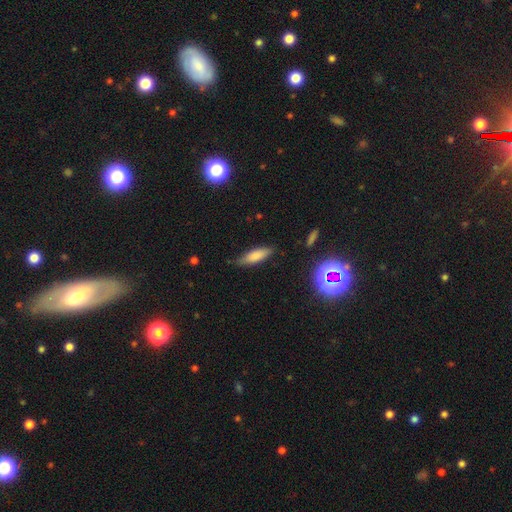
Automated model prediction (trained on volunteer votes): smooth_or_featured: smooth (p=0.79) [alt: featured or disk p=0.13]
how_rounded: in between (p=0.53) [alt: cigar-shaped p=0.45]
merging: none (p=0.75) [alt: minor disturbance p=0.20]